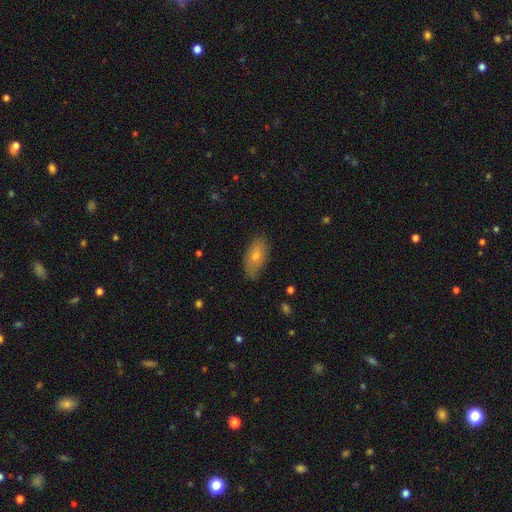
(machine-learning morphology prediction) This appears to be a smooth galaxy with no disk features (66%) that is in between round and cigar-shaped (87%). Merging: none (82%).